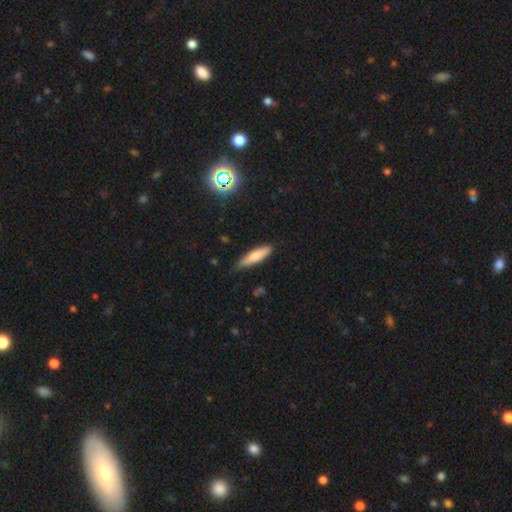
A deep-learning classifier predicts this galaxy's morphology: Smooth or featured? Predicted: smooth (p=0.72). How rounded? Predicted: cigar-shaped (p=0.73). Merging? Predicted: none (p=0.75).